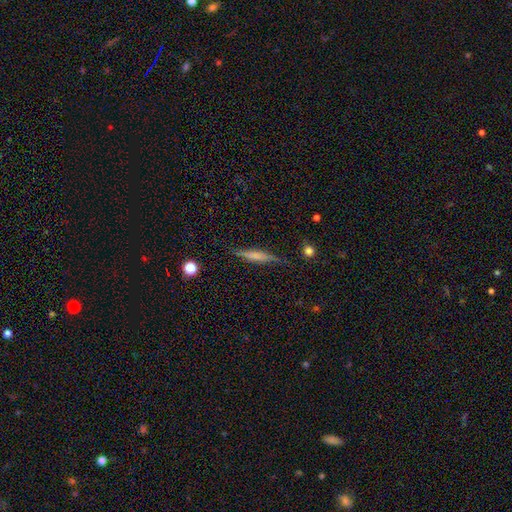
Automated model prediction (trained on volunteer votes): A smooth galaxy with no disk features (49%). Merging: none (82%).